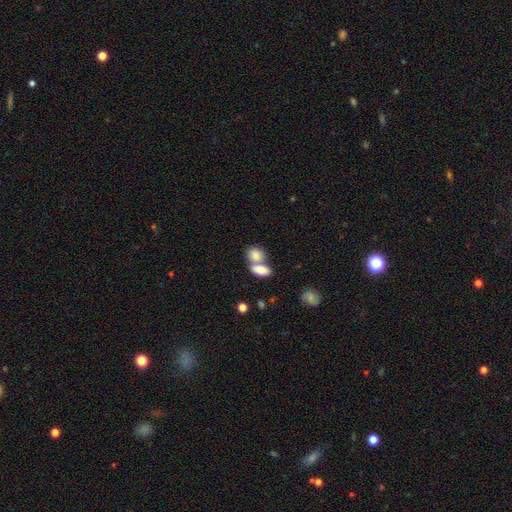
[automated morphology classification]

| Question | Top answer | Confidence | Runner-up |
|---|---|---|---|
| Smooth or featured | smooth | 82% | featured or disk (10%) |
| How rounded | in between | 68% | round (29%) |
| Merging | merger | 57% | none (31%) |